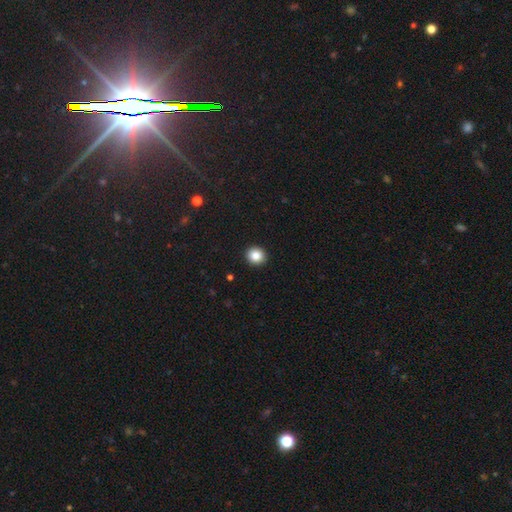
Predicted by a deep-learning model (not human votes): Smooth or featured?
  - smooth: 86% *
  - star or artifact: 9%
  - featured or disk: 5%
How rounded?
  - round: 85% *
  - in between: 15%
  - cigar-shaped: 1%
Merging?
  - none: 93% *
  - minor disturbance: 5%
  - major disturbance: 2%
  - merger: 1%